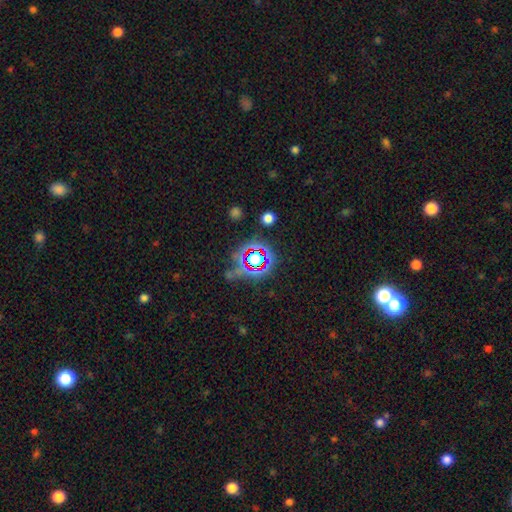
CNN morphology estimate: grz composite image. It shows a star or artifact, not a galaxy (78%).